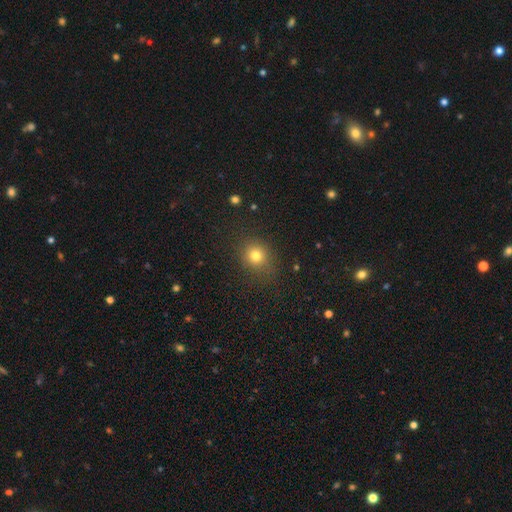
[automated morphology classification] Overall: smooth (78%). How rounded: round (80%). Merging: none (81%).